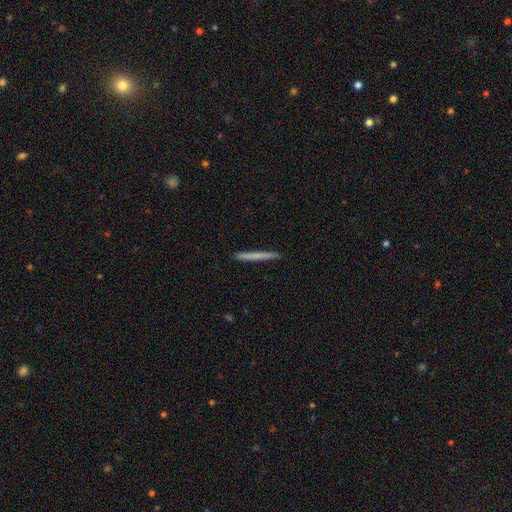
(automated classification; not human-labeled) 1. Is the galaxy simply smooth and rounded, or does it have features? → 64% smooth, 30% featured or disk, 5% star or artifact.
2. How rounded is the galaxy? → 97% cigar-shaped, 2% in between, 1% round.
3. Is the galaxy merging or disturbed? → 92% none, 5% minor disturbance, 1% major disturbance, 1% merger.